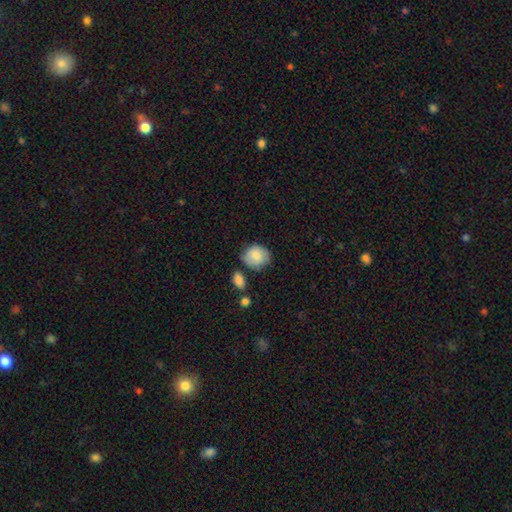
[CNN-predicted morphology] Q: Smooth or featured?
A: smooth (81%); runner-up: featured or disk (12%)
Q: How rounded?
A: round (68%); runner-up: in between (31%)
Q: Merging?
A: none (64%); runner-up: minor disturbance (24%)